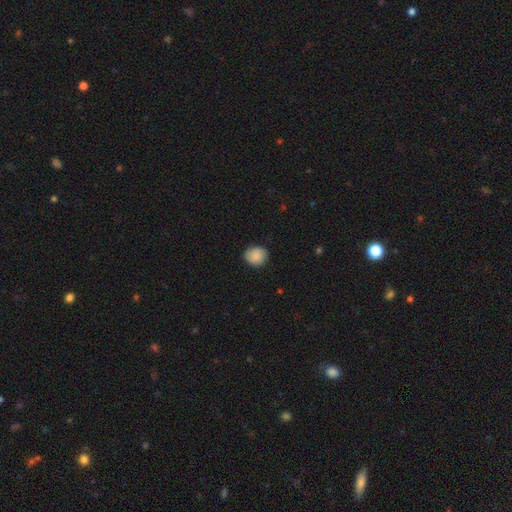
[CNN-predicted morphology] The model was most divided on "how rounded": round: 78%, in between: 21%, cigar-shaped: 1%. More confident: smooth or featured — smooth (88%); merging — none (86%).